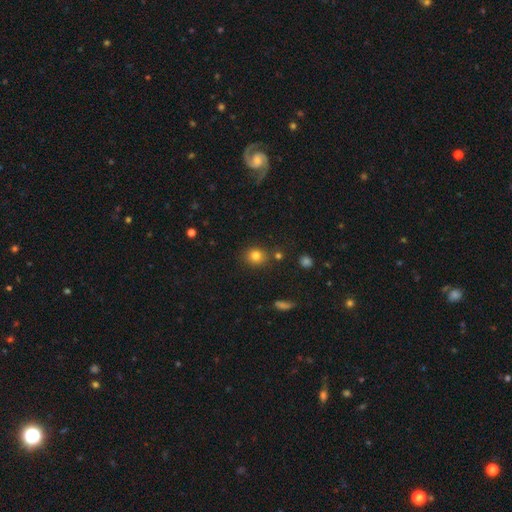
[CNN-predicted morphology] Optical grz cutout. It shows a smooth galaxy with no disk features (80%) that is round (74%). Merging: none (82%).